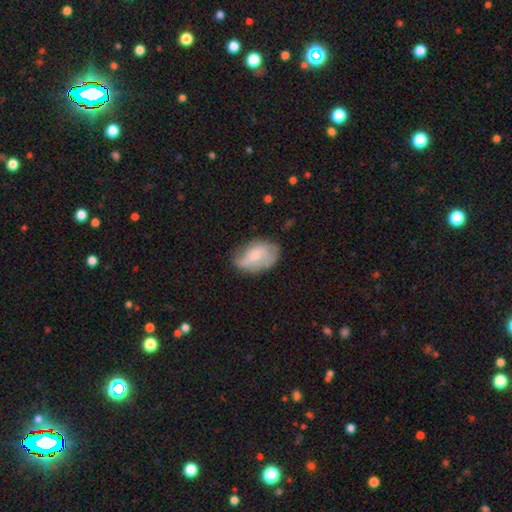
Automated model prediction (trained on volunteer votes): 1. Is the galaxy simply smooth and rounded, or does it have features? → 48% featured or disk, 44% smooth, 7% star or artifact.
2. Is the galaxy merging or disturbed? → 56% none, 29% minor disturbance, 13% major disturbance, 2% merger.